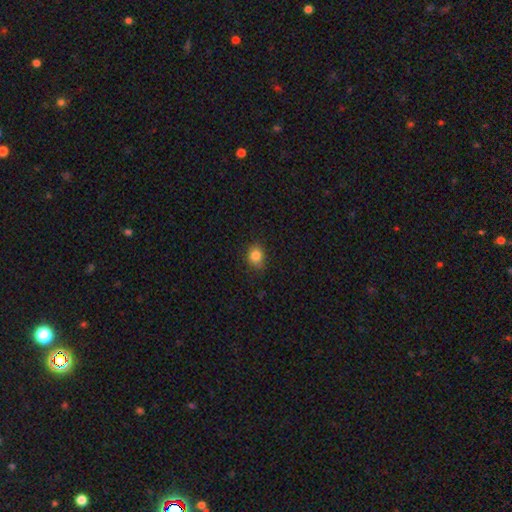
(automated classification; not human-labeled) smooth-or-featured: smooth: 83% | star or artifact: 11% | featured or disk: 6%
  how-rounded: round: 64% | in between: 35% | cigar-shaped: 1%
  merging: none: 81% | minor disturbance: 16% | major disturbance: 3% | merger: 1%